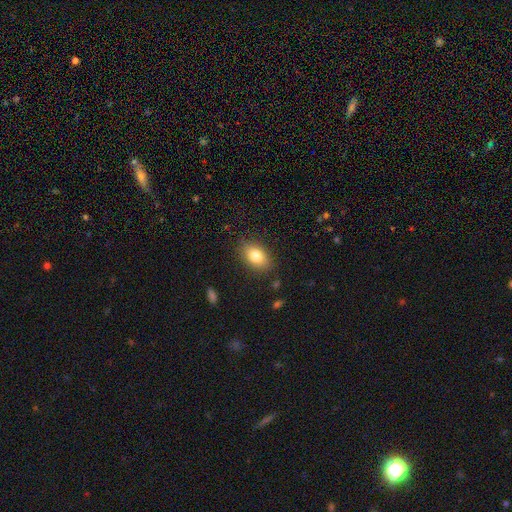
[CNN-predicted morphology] smooth 81%, featured or disk 11%, star or artifact 8%. Down the decision tree: how rounded — in between (84%); merging — none (84%).